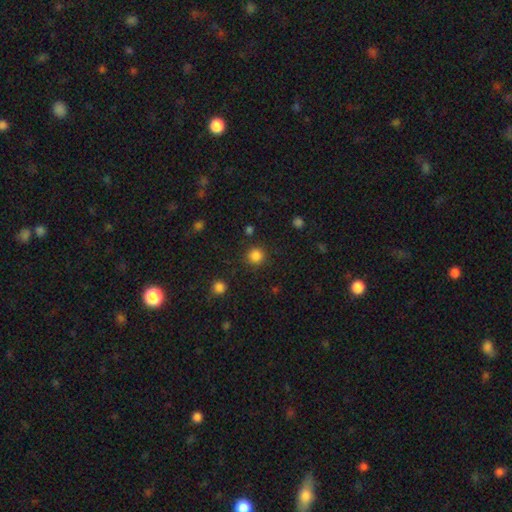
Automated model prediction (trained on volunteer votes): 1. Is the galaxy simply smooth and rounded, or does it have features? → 84% smooth, 12% star or artifact, 3% featured or disk.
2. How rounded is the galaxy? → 94% round, 6% in between, 1% cigar-shaped.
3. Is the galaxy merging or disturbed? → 87% none, 7% minor disturbance, 3% major disturbance, 2% merger.